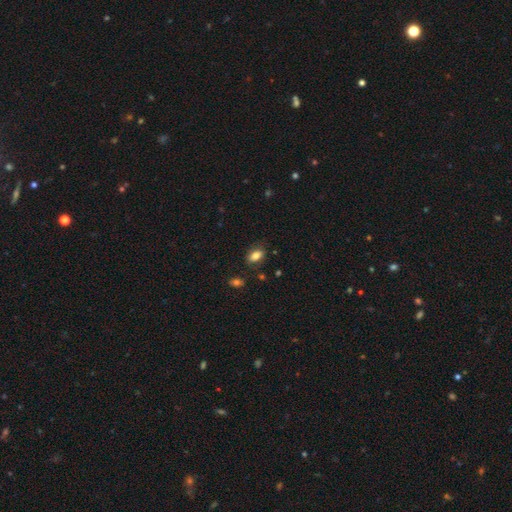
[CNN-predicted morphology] This is clearly a smooth galaxy (82%). How rounded: clearly in between (87%). Merging: clearly none (80%).